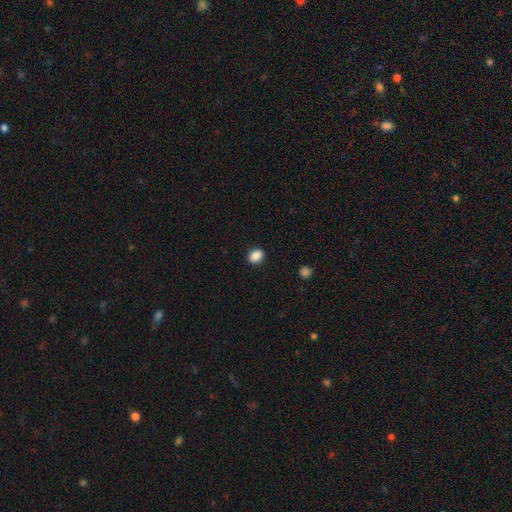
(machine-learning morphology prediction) Q: Smooth or featured?
A: smooth (88%); runner-up: star or artifact (9%)
Q: How rounded?
A: in between (54%); runner-up: round (45%)
Q: Merging?
A: none (90%); runner-up: minor disturbance (7%)